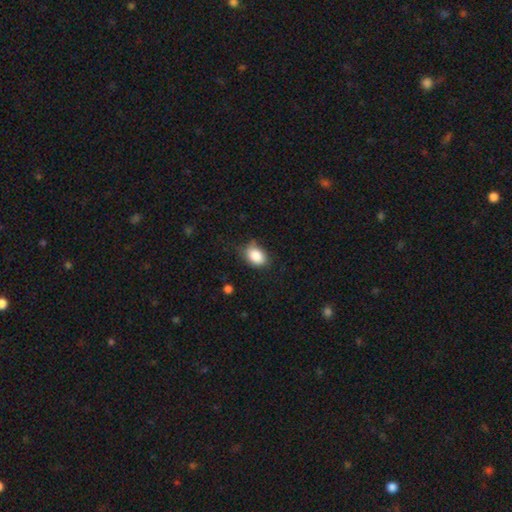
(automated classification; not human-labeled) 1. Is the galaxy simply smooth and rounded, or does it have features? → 87% smooth, 8% star or artifact, 5% featured or disk.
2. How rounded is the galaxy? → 78% in between, 20% round, 1% cigar-shaped.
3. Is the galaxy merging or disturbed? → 67% none, 25% minor disturbance, 6% major disturbance, 2% merger.